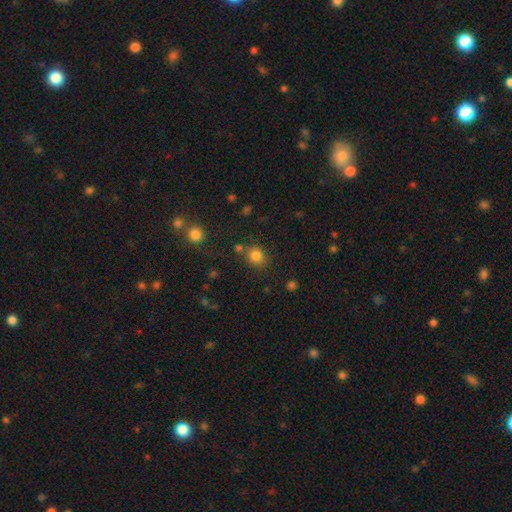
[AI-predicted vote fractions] Smooth or featured: smooth — 81% (star or artifact — 13%)
How rounded: round — 72% (in between — 27%)
Merging: none — 75% (minor disturbance — 11%)